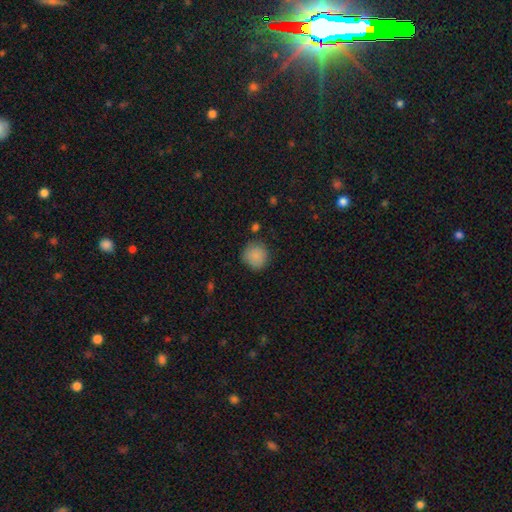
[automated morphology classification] Smooth or featured? Predicted: smooth (p=0.87). How rounded? Predicted: round (p=0.92). Merging? Predicted: none (p=0.80).